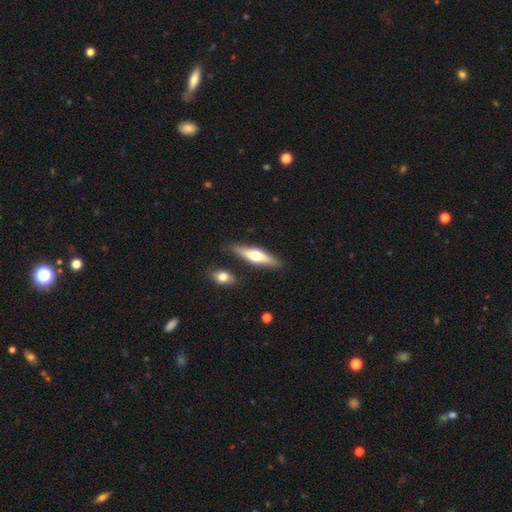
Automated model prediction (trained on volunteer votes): This is possibly a featured or disk galaxy (48%). Merging: clearly none (84%).